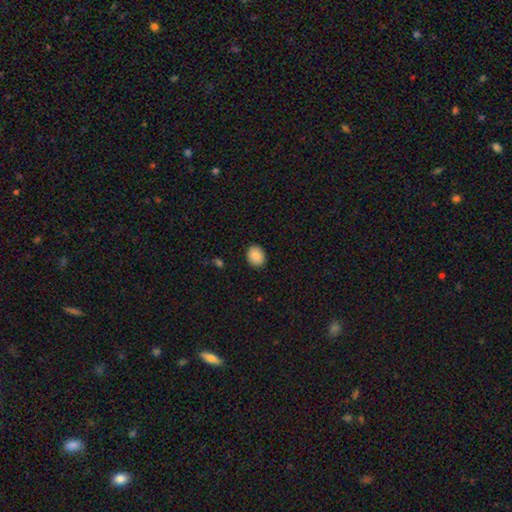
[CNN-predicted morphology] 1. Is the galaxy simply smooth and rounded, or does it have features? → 87% smooth, 8% star or artifact, 5% featured or disk.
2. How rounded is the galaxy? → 57% round, 42% in between, 1% cigar-shaped.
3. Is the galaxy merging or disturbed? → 90% none, 8% minor disturbance, 2% major disturbance, 1% merger.